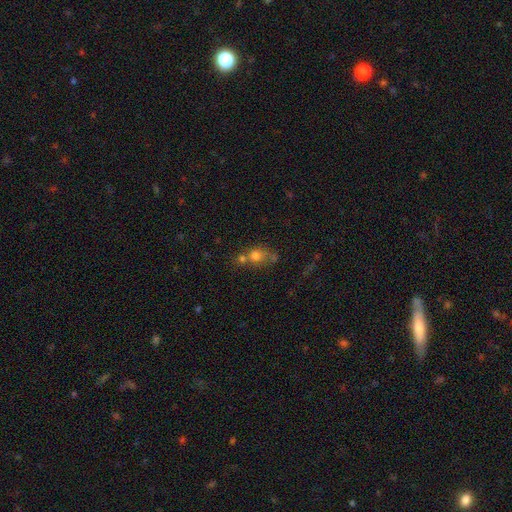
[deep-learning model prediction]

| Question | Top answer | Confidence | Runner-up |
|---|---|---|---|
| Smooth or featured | smooth | 70% | featured or disk (16%) |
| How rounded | round | 64% | in between (34%) |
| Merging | merger | 47% | none (35%) |